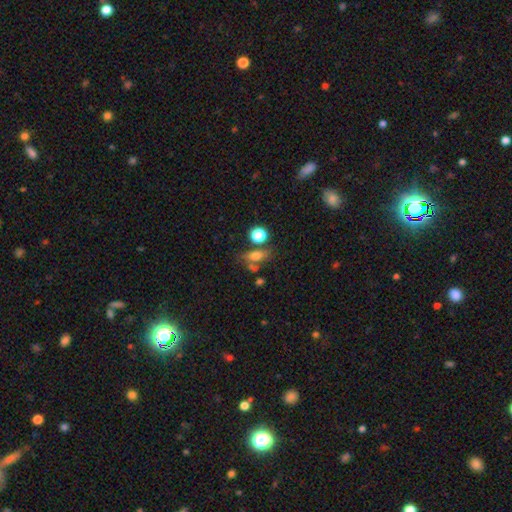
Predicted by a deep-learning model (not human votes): Overall: smooth (63%). How rounded: in between (62%; round 23%). Merging: none (53%; merger 20%).